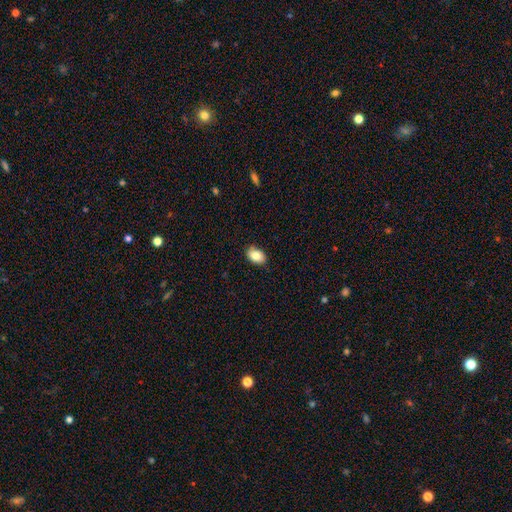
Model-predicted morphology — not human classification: smooth_or_featured: smooth (p=0.84) [alt: featured or disk p=0.09]
how_rounded: in between (p=0.84) [alt: round p=0.14]
merging: none (p=0.85) [alt: minor disturbance p=0.12]